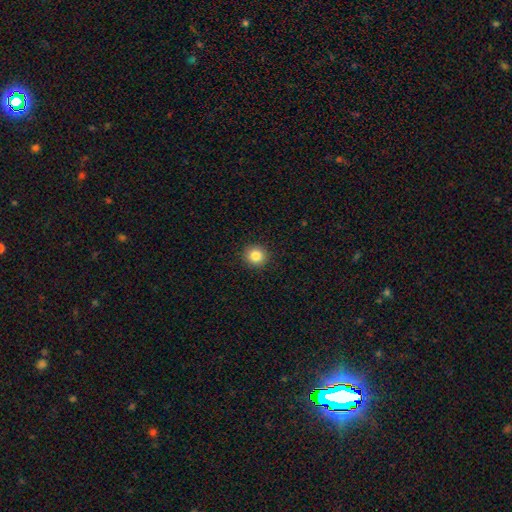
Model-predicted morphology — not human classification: smooth-or-featured: smooth: 85% | star or artifact: 10% | featured or disk: 5%
  how-rounded: round: 91% | in between: 8% | cigar-shaped: 1%
  merging: none: 92% | minor disturbance: 5% | major disturbance: 2% | merger: 1%